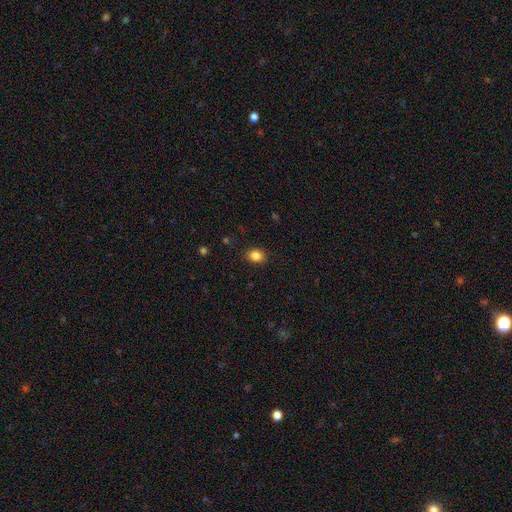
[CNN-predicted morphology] A smooth galaxy with no disk features (85%) that is round (51%).

Vote fractions:
- Smooth or featured? smooth: 85% / star or artifact: 10% / featured or disk: 5%
- How rounded? round: 51% / in between: 48% / cigar-shaped: 1%
- Merging? none: 88% / minor disturbance: 9% / major disturbance: 2% / merger: 1%